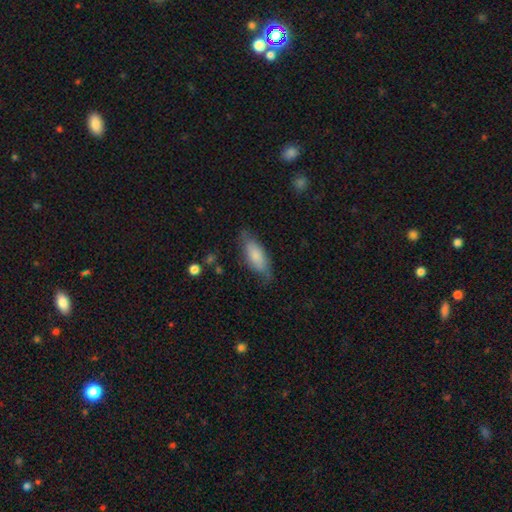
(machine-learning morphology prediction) smooth_or_featured: smooth (p=0.73) [alt: featured or disk p=0.21]
how_rounded: in between (p=0.75) [alt: cigar-shaped p=0.23]
merging: none (p=0.66) [alt: minor disturbance p=0.25]